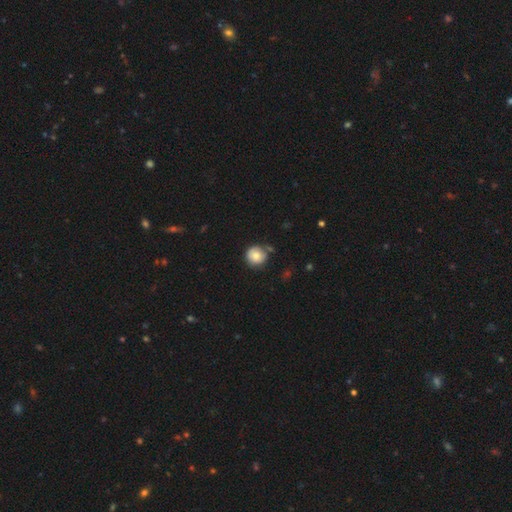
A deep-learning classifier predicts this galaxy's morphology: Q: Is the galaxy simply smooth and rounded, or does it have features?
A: smooth — 80%.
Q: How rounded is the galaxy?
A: round — 92%.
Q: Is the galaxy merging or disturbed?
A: none — 69%.